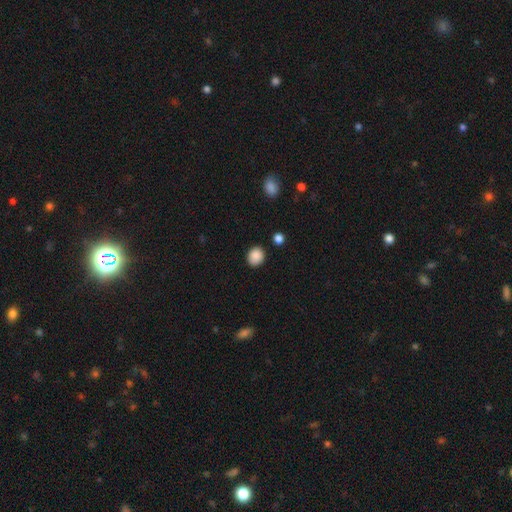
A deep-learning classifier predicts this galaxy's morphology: type=smooth (88%); roundness=round (66%); merging=none (85%).